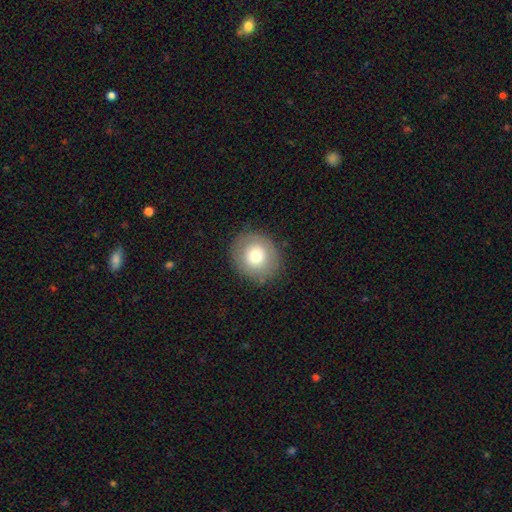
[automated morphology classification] Smooth or featured? Predicted: smooth (p=0.72). How rounded? Predicted: round (p=0.87). Merging? Predicted: none (p=0.86).